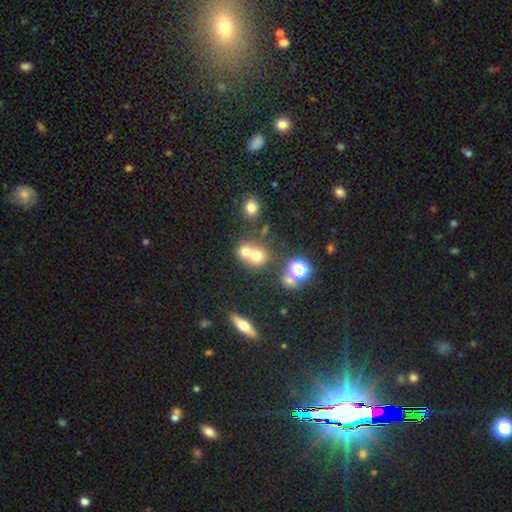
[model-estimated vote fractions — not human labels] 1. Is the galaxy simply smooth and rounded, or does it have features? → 65% smooth, 18% star or artifact, 17% featured or disk.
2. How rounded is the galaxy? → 79% round, 19% in between, 1% cigar-shaped.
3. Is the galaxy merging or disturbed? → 53% merger, 37% none, 6% minor disturbance, 3% major disturbance.